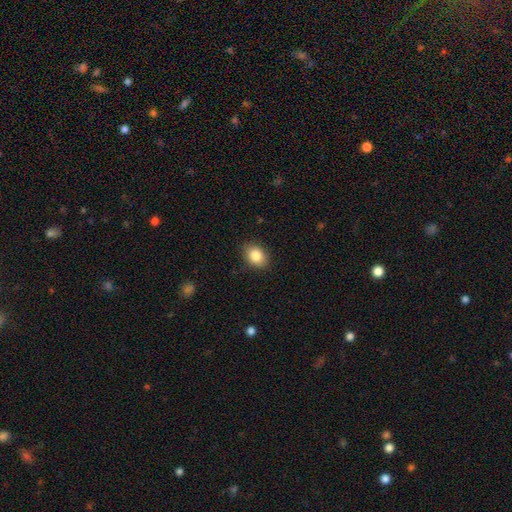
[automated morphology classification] Smooth or featured?
  - smooth: 86% *
  - star or artifact: 8%
  - featured or disk: 6%
How rounded?
  - in between: 66% *
  - round: 33%
  - cigar-shaped: 1%
Merging?
  - none: 87% *
  - minor disturbance: 10%
  - major disturbance: 2%
  - merger: 1%